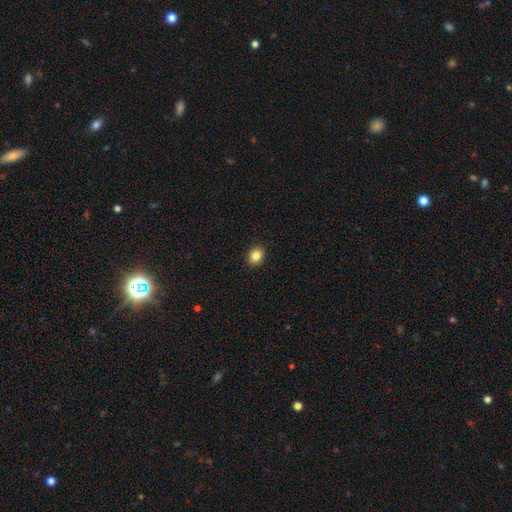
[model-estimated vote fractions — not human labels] The model was most divided on "how rounded": in between: 51%, round: 48%, cigar-shaped: 1%. More confident: merging — none (91%); smooth or featured — smooth (84%).